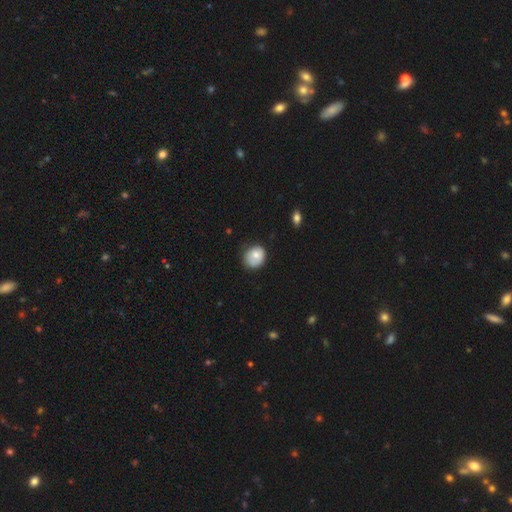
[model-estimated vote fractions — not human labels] Smooth or featured: smooth — 75% (featured or disk — 17%)
How rounded: round — 66% (in between — 34%)
Merging: none — 62% (minor disturbance — 29%)